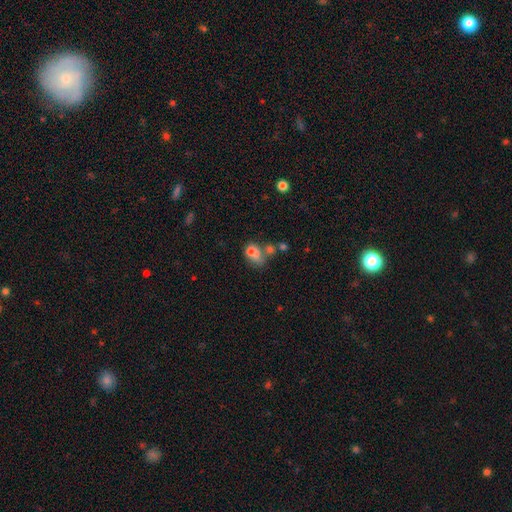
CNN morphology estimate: A smooth galaxy with no disk features (60%) that is round (50%). Merging: merger (50%).